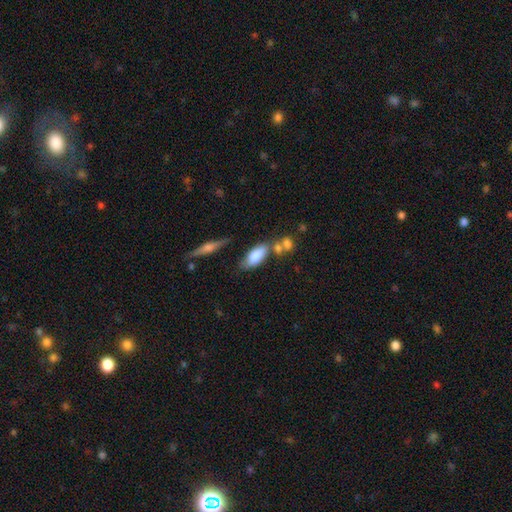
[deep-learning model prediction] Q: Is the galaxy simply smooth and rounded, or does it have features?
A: smooth — 79%.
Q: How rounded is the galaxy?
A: in between — 82%.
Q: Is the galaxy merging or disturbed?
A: none — 57%.